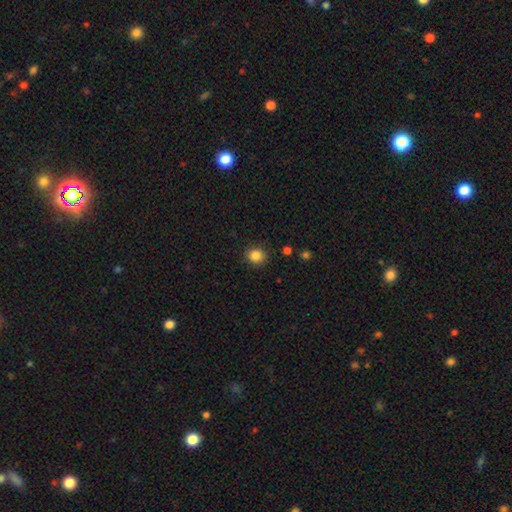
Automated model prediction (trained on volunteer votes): smooth 85%, star or artifact 11%, featured or disk 4%. Down the decision tree: how rounded — round (86%); merging — none (88%).